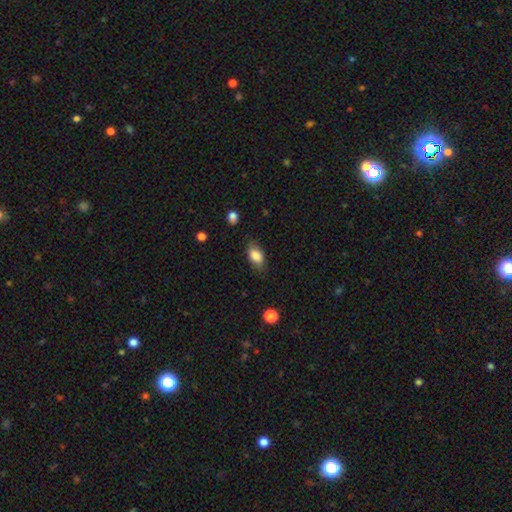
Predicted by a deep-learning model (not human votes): Smooth or featured? Predicted: smooth (p=0.83). How rounded? Predicted: in between (p=0.87). Merging? Predicted: none (p=0.75).